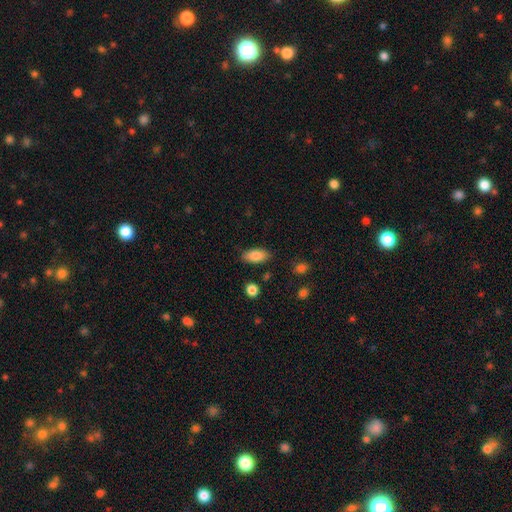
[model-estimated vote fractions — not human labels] The model was most divided on "merging": none: 84%, minor disturbance: 11%, major disturbance: 3%, merger: 2%. More confident: how rounded — in between (89%); smooth or featured — smooth (85%).